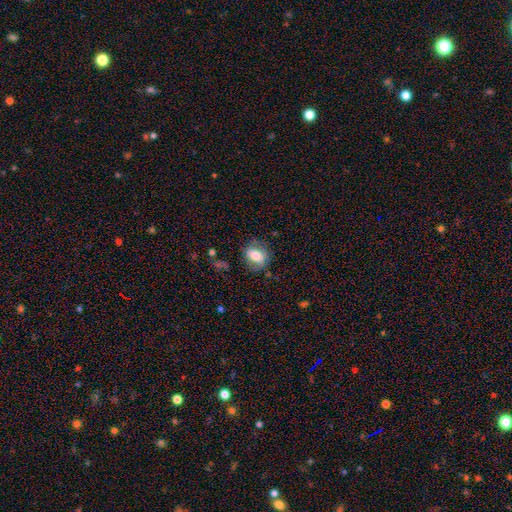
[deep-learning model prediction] smooth-or-featured: smooth: 71% | featured or disk: 21% | star or artifact: 8%
  how-rounded: in between: 52% | round: 47% | cigar-shaped: 1%
  merging: none: 72% | minor disturbance: 19% | major disturbance: 7% | merger: 2%